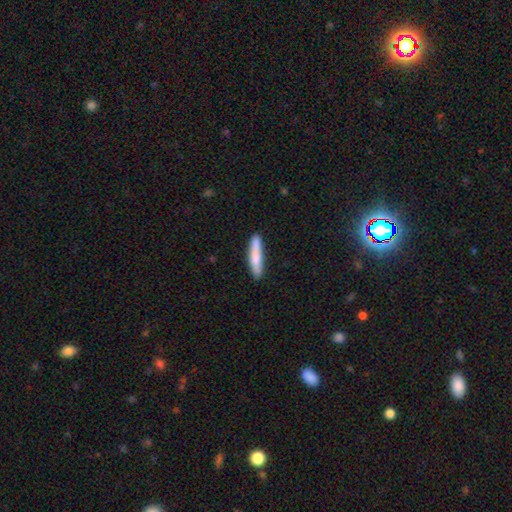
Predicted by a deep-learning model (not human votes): Smooth or featured?
  - smooth: 77% *
  - featured or disk: 18%
  - star or artifact: 5%
How rounded?
  - cigar-shaped: 87% *
  - in between: 11%
  - round: 1%
Merging?
  - none: 83% *
  - minor disturbance: 13%
  - major disturbance: 2%
  - merger: 2%